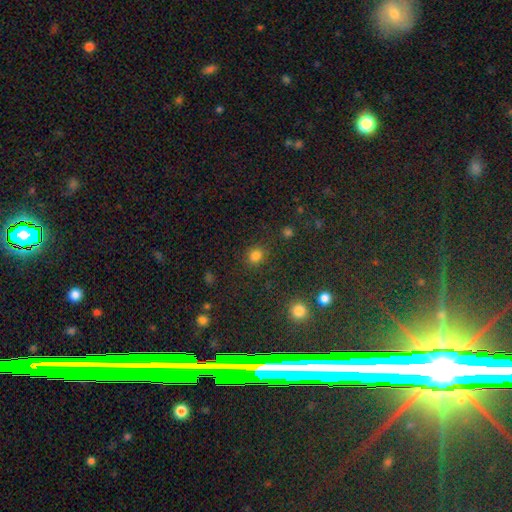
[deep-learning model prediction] smooth 79%, star or artifact 16%, featured or disk 5%. Down the decision tree: how rounded — round (79%); merging — none (83%).